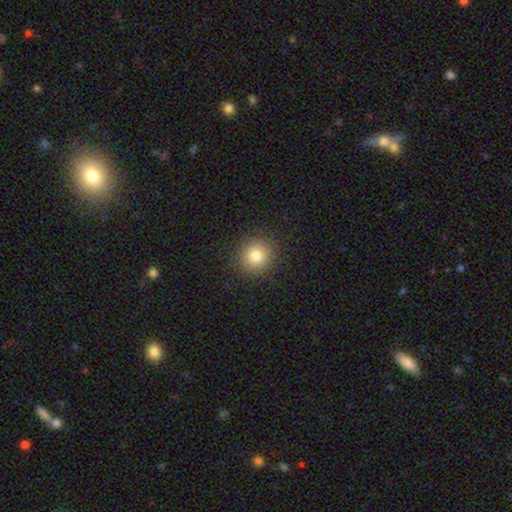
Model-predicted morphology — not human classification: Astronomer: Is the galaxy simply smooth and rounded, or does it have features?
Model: smooth — 81%.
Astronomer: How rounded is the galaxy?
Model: round — 92%.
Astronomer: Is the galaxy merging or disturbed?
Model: none — 91%.